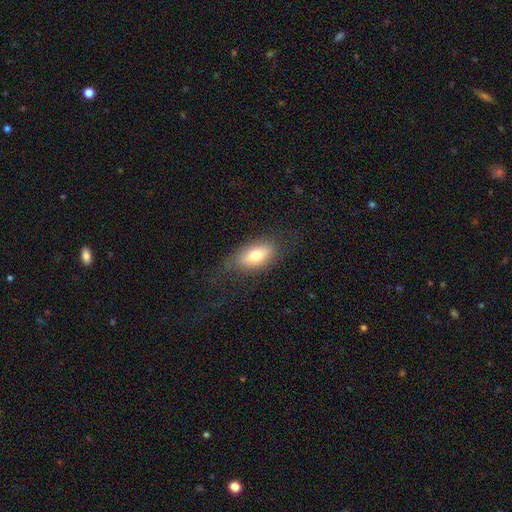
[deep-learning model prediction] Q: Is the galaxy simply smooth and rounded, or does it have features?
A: smooth — 71%.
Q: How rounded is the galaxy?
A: in between — 88%.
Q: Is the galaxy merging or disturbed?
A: none — 70%.